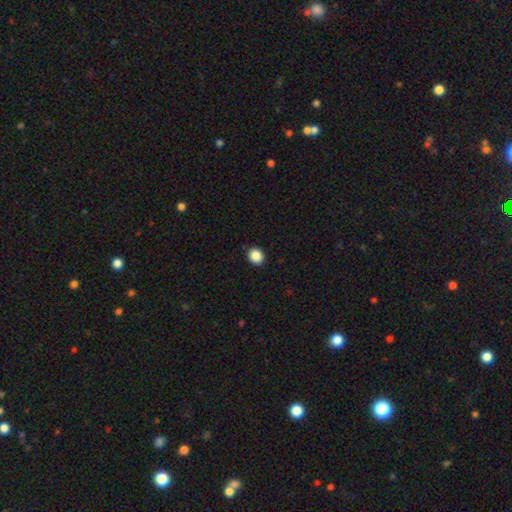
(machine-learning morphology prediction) A smooth galaxy with no disk features (88%) that is round (69%). Merging: none (91%).